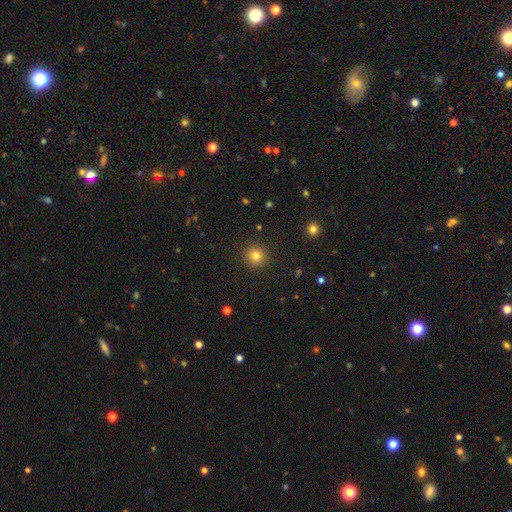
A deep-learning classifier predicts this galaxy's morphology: smooth 81%, star or artifact 13%, featured or disk 6%. Down the decision tree: how rounded — round (94%); merging — none (91%).